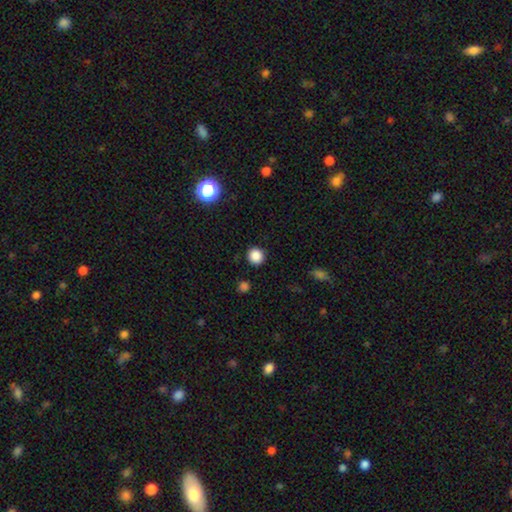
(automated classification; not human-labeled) Smooth or featured?
  - smooth: 86% *
  - star or artifact: 11%
  - featured or disk: 3%
How rounded?
  - round: 93% *
  - in between: 6%
  - cigar-shaped: 1%
Merging?
  - none: 91% *
  - minor disturbance: 6%
  - major disturbance: 2%
  - merger: 1%